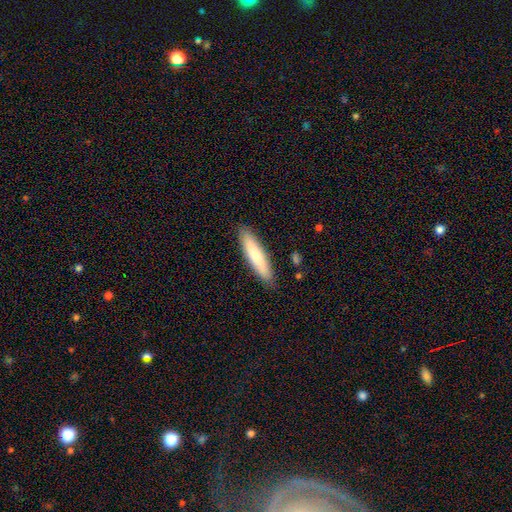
Smooth or featured? smooth (80%)
How rounded? cigar-shaped (97%)
Merging? none (92%)